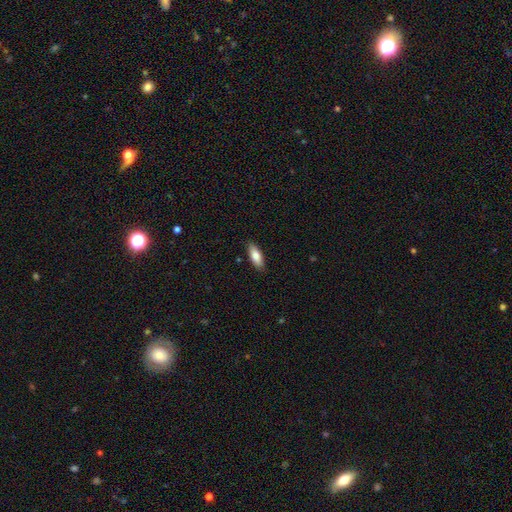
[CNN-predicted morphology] Smooth or featured? smooth (78%)
How rounded? in between (74%)
Merging? none (88%)